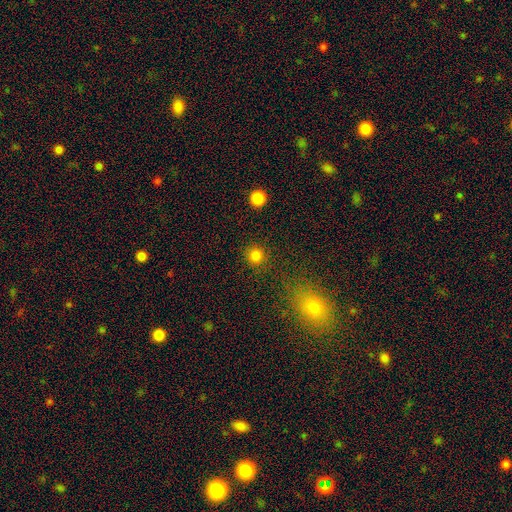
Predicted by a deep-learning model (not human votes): smooth_or_featured: smooth (p=0.83) [alt: star or artifact p=0.13]
how_rounded: round (p=0.93) [alt: in between p=0.06]
merging: none (p=0.89) [alt: minor disturbance p=0.06]